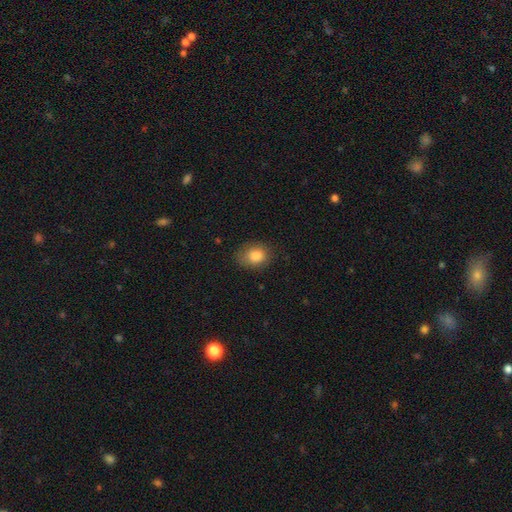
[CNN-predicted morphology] Overall: smooth (85%). How rounded: round (50%; in between 49%). Merging: none (73%).